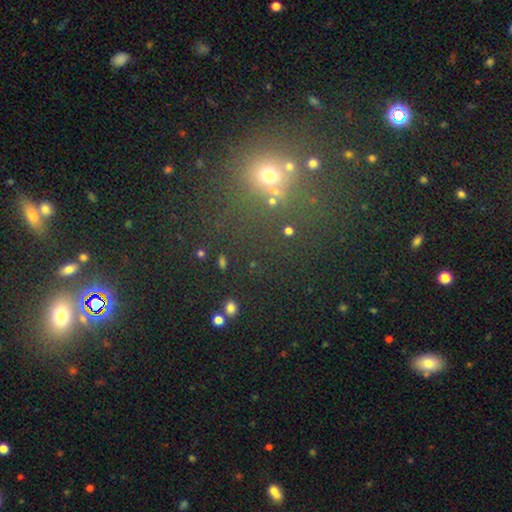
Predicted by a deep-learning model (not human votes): A star or artifact, not a galaxy (53%).

Vote fractions:
- Smooth or featured? star or artifact: 53% / smooth: 36% / featured or disk: 11%